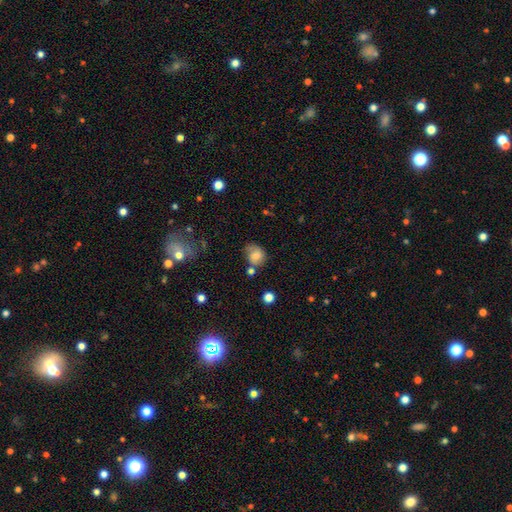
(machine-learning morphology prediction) Smooth or featured? smooth (69%)
How rounded? round (58%)
Merging? none (50%)